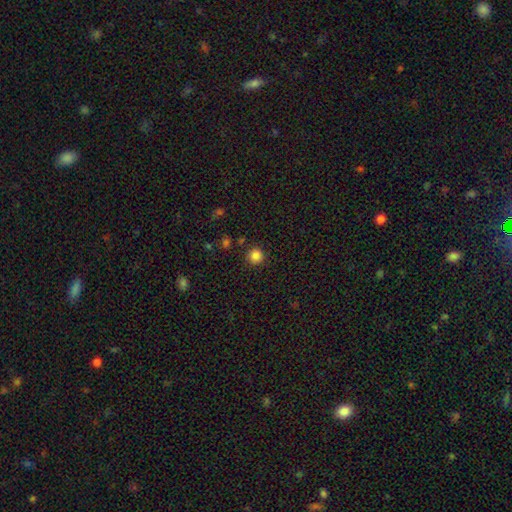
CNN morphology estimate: Smooth or featured? Predicted: smooth (p=0.84). How rounded? Predicted: round (p=0.94). Merging? Predicted: none (p=0.90).